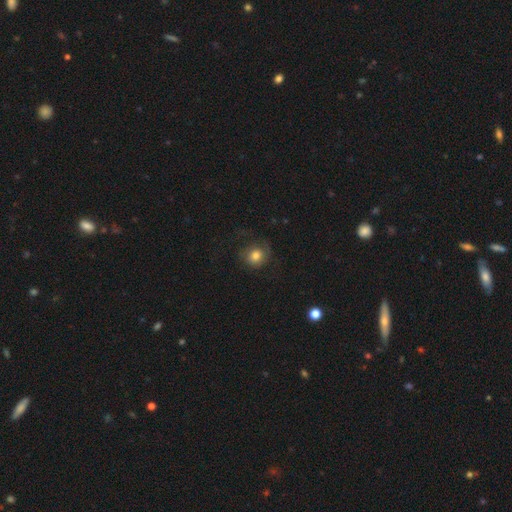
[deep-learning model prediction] smooth-or-featured: smooth: 75% | featured or disk: 15% | star or artifact: 10%
  how-rounded: round: 83% | in between: 16% | cigar-shaped: 1%
  merging: none: 63% | minor disturbance: 19% | major disturbance: 17% | merger: 1%